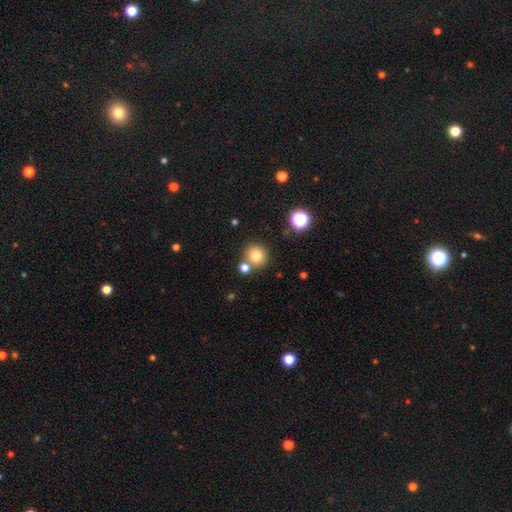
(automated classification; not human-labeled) Smooth or featured?
  - smooth: 78% *
  - star or artifact: 14%
  - featured or disk: 9%
How rounded?
  - round: 92% *
  - in between: 7%
  - cigar-shaped: 1%
Merging?
  - none: 73% *
  - merger: 17%
  - minor disturbance: 8%
  - major disturbance: 3%